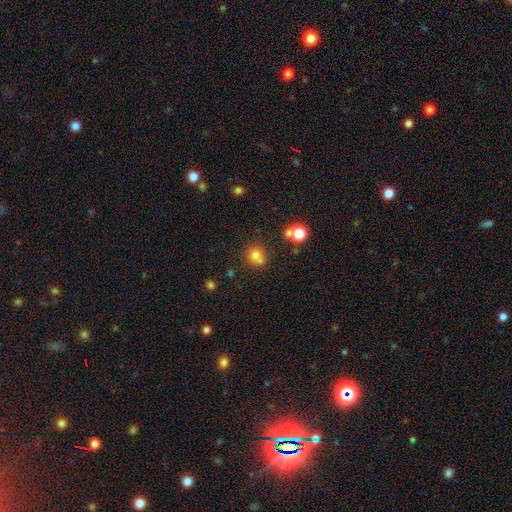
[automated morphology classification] smooth 74%, star or artifact 16%, featured or disk 10%. Down the decision tree: how rounded — round (84%); merging — none (58%).